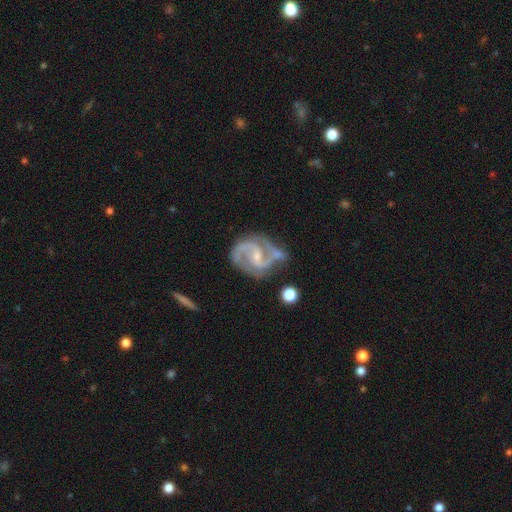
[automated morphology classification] Overall: featured or disk (92%). Edge-on disk: no (98%). Bar: weak (47%; no 31%). Spiral arms: yes (98%). Spiral arm count: 2 (90%). Spiral winding: medium (62%; tight 24%). Bulge size: small (67%). Merging: none (59%; minor disturbance 22%).